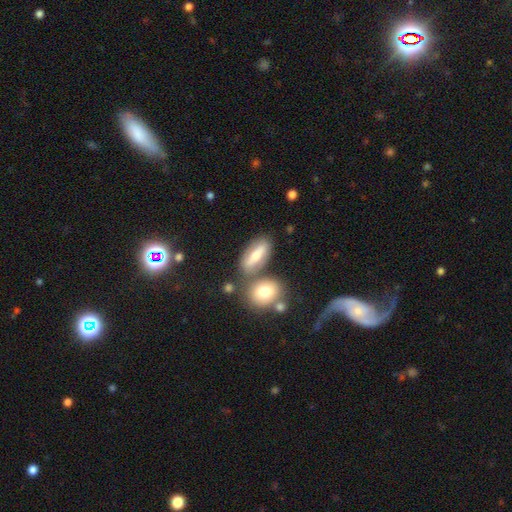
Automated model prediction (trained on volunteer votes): smooth_or_featured: smooth (p=0.62) [alt: featured or disk p=0.30]
how_rounded: in between (p=0.70) [alt: cigar-shaped p=0.23]
merging: none (p=0.64) [alt: merger p=0.18]